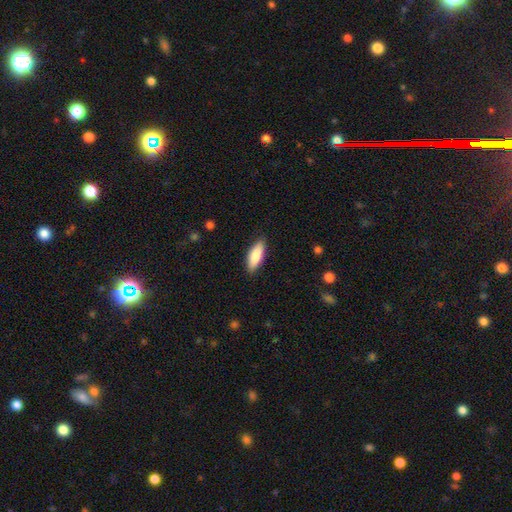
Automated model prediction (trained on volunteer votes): smooth 84%, featured or disk 11%, star or artifact 6%. Down the decision tree: how rounded — in between (68%); merging — none (87%).